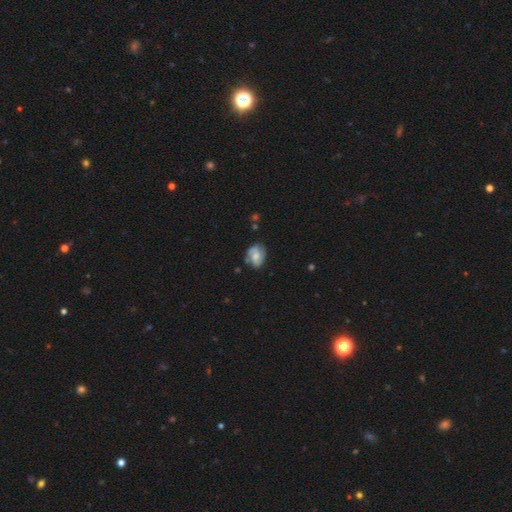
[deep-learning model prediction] A featured or disk galaxy (55%) with no bar (53%), spiral arms (86%) and a moderate central bulge (50%). Merging: none (66%).